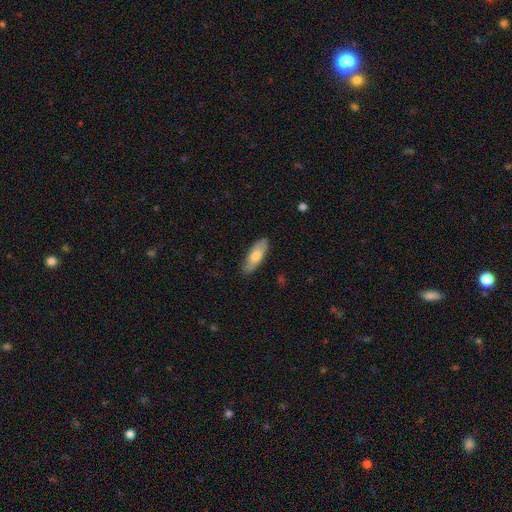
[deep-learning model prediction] smooth_or_featured: smooth (p=0.72) [alt: featured or disk p=0.22]
how_rounded: in between (p=0.62) [alt: cigar-shaped p=0.36]
merging: none (p=0.87) [alt: minor disturbance p=0.10]